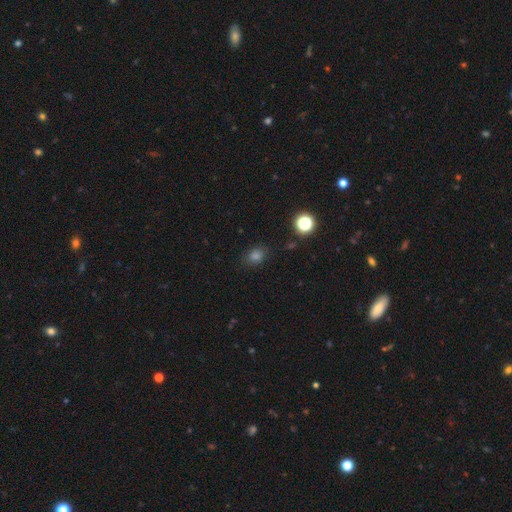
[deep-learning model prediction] Smooth or featured? smooth (75%)
How rounded? in between (53%)
Merging? none (82%)